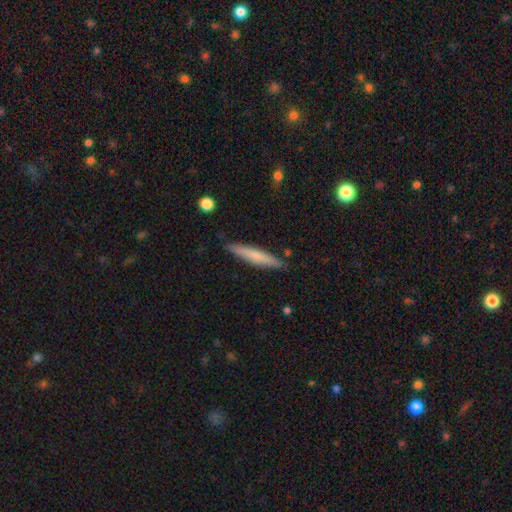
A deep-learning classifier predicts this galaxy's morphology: This is likely a smooth galaxy (61%). How rounded: clearly cigar-shaped (93%). Merging: clearly none (88%).